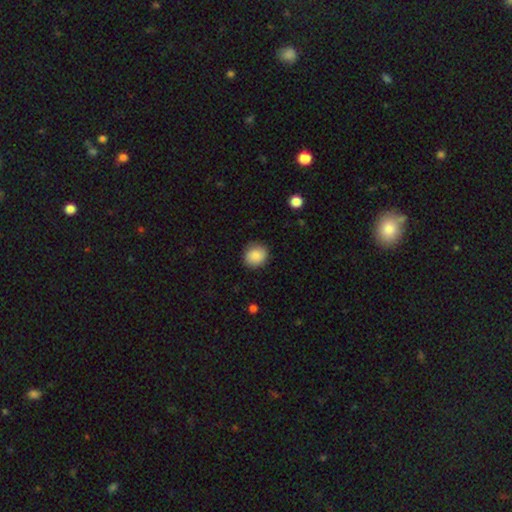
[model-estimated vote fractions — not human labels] Q: Smooth or featured?
A: smooth (88%); runner-up: star or artifact (8%)
Q: How rounded?
A: round (76%); runner-up: in between (23%)
Q: Merging?
A: none (87%); runner-up: minor disturbance (10%)